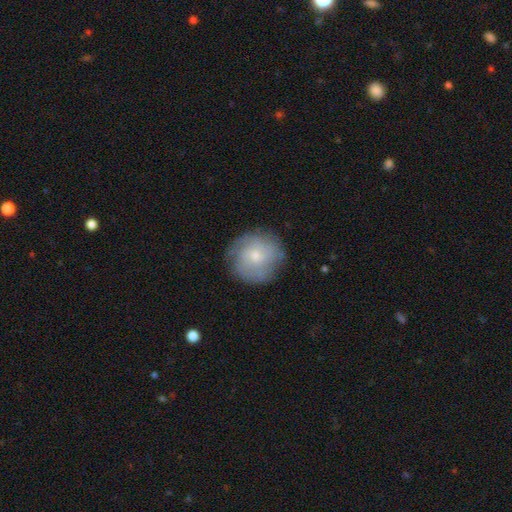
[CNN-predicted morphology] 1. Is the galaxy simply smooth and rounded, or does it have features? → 50% smooth, 43% featured or disk, 7% star or artifact.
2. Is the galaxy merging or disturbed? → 77% none, 16% minor disturbance, 5% major disturbance, 1% merger.